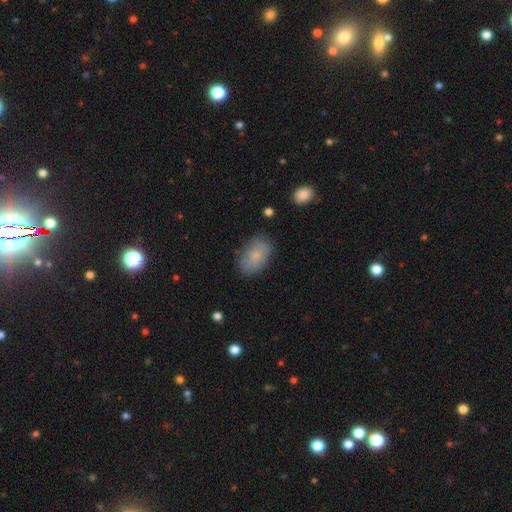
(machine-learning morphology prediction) Smooth or featured? Predicted: smooth (p=0.80). How rounded? Predicted: in between (p=0.91). Merging? Predicted: none (p=0.82).